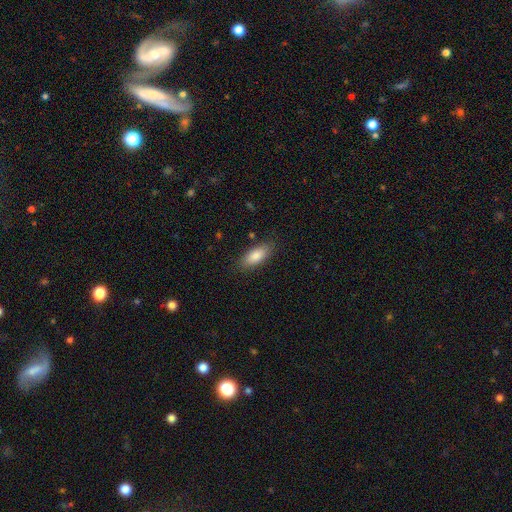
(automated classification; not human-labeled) smooth_or_featured: smooth (p=0.84) [alt: featured or disk p=0.09]
how_rounded: in between (p=0.80) [alt: cigar-shaped p=0.17]
merging: none (p=0.84) [alt: minor disturbance p=0.11]